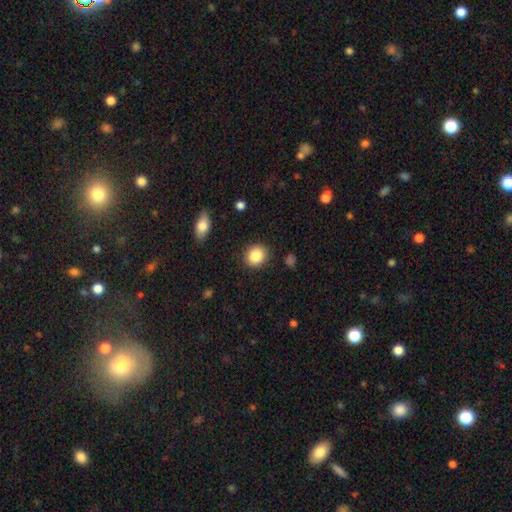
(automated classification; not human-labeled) Smooth or featured? Predicted: smooth (p=0.87). How rounded? Predicted: round (p=0.81). Merging? Predicted: none (p=0.89).